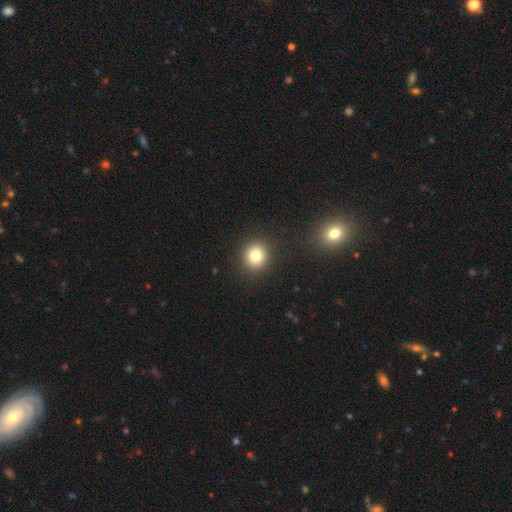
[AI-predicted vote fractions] smooth_or_featured: smooth (p=0.79) [alt: star or artifact p=0.12]
how_rounded: round (p=0.90) [alt: in between p=0.09]
merging: none (p=0.90) [alt: minor disturbance p=0.06]